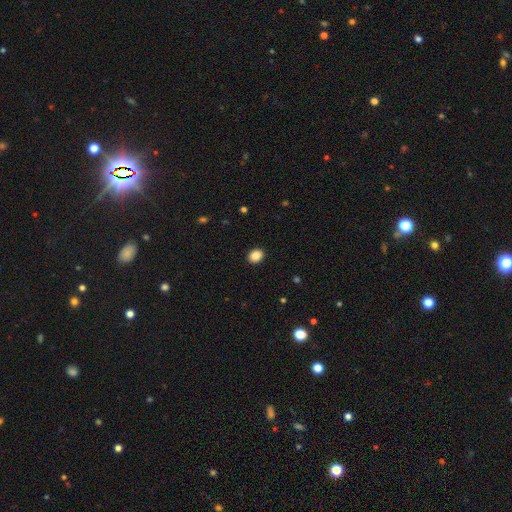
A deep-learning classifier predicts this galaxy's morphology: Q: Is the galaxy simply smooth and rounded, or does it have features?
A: smooth — 87%.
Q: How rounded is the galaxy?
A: round — 53%.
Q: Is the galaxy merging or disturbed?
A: none — 92%.